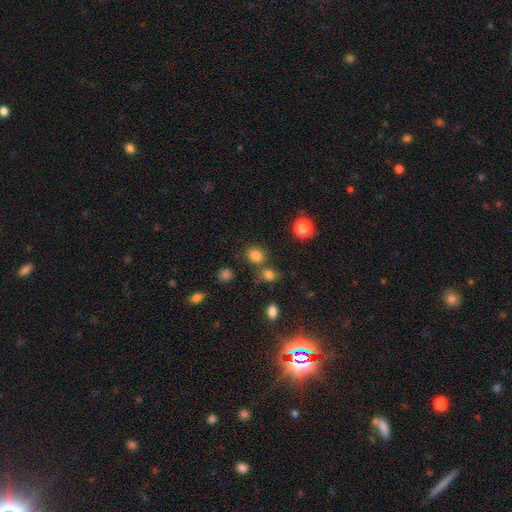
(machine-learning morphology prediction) Smooth or featured? Predicted: smooth (p=0.81). How rounded? Predicted: round (p=0.75). Merging? Predicted: none (p=0.70).